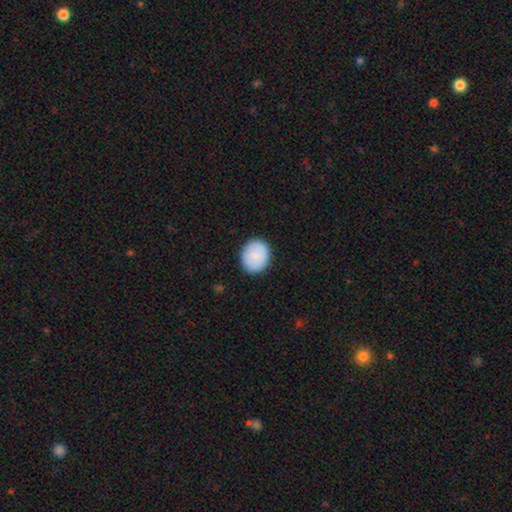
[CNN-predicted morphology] Overall: smooth (85%). How rounded: round (65%; in between 34%). Merging: none (89%).